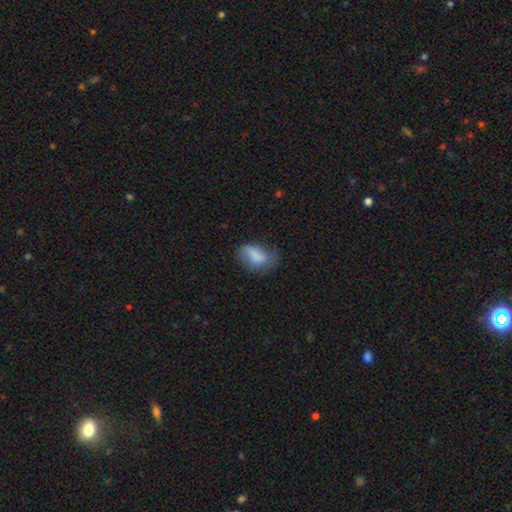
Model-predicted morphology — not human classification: Smooth or featured?
  - smooth: 71% *
  - featured or disk: 21%
  - star or artifact: 9%
How rounded?
  - in between: 88% *
  - round: 9%
  - cigar-shaped: 3%
Merging?
  - none: 44% *
  - minor disturbance: 33%
  - major disturbance: 20%
  - merger: 3%